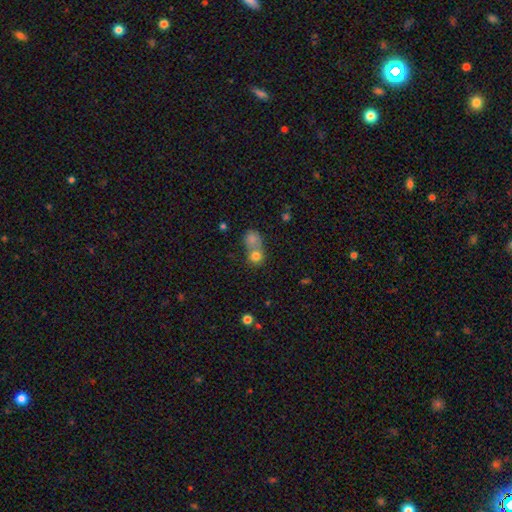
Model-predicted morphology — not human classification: Smooth or featured? smooth (78%)
How rounded? round (82%)
Merging? merger (54%)